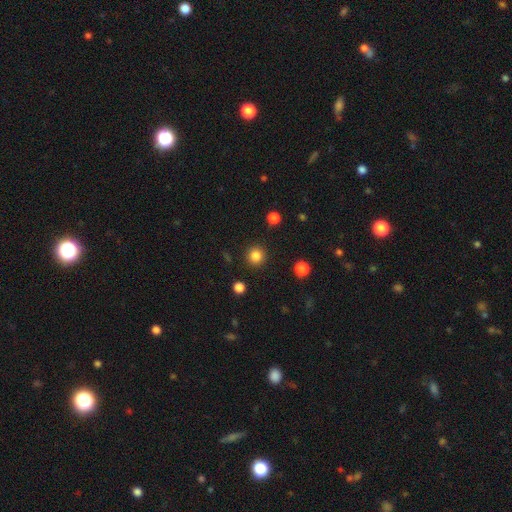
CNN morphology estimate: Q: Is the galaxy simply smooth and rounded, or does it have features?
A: smooth — 84%.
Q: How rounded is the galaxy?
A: round — 95%.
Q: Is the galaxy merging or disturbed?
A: none — 91%.